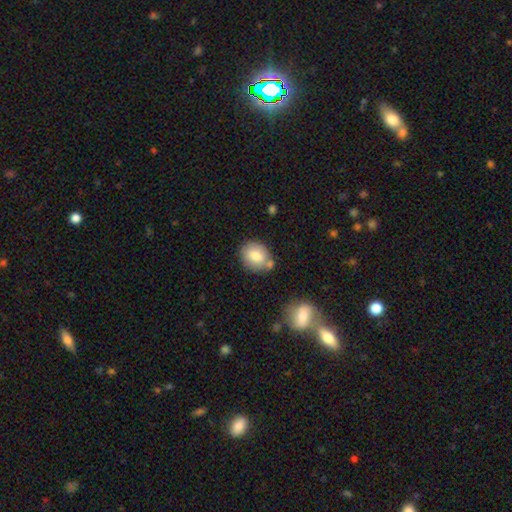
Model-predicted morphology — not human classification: Smooth or featured: smooth — 78% (featured or disk — 14%)
How rounded: round — 54% (in between — 45%)
Merging: none — 66% (minor disturbance — 16%)